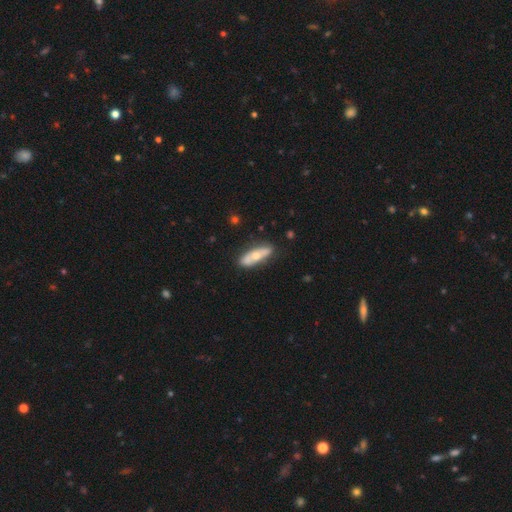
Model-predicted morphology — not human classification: smooth_or_featured: smooth (p=0.48) [alt: featured or disk p=0.47]
merging: none (p=0.78) [alt: minor disturbance p=0.15]